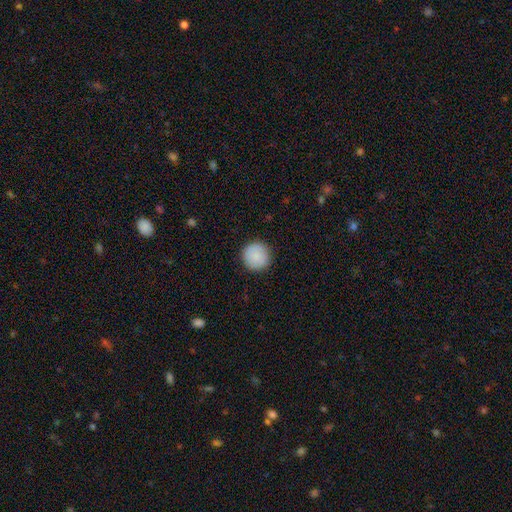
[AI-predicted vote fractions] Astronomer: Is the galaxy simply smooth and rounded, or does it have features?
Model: smooth — 88%.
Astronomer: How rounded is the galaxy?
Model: round — 95%.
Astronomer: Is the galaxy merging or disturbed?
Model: none — 91%.